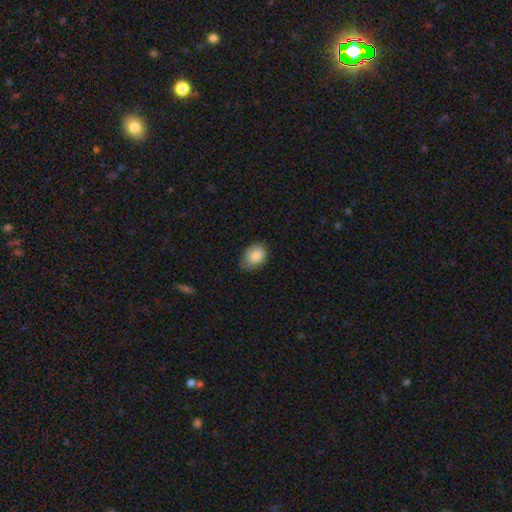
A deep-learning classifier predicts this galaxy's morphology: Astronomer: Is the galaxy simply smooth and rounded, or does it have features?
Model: smooth — 86%.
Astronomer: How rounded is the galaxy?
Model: in between — 68%.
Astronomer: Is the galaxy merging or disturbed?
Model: none — 64%.